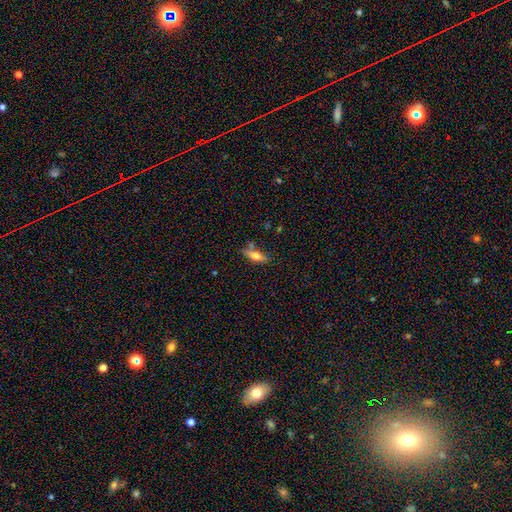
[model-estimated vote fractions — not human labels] Smooth or featured: smooth — 63% (featured or disk — 30%)
How rounded: in between — 54% (cigar-shaped — 43%)
Merging: none — 68% (minor disturbance — 16%)